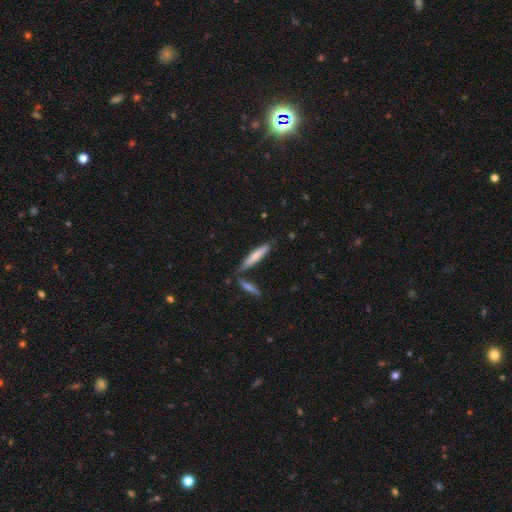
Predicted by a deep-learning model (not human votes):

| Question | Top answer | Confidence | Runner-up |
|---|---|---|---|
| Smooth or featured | smooth | 72% | featured or disk (22%) |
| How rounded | cigar-shaped | 87% | in between (12%) |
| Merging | none | 71% | minor disturbance (13%) |